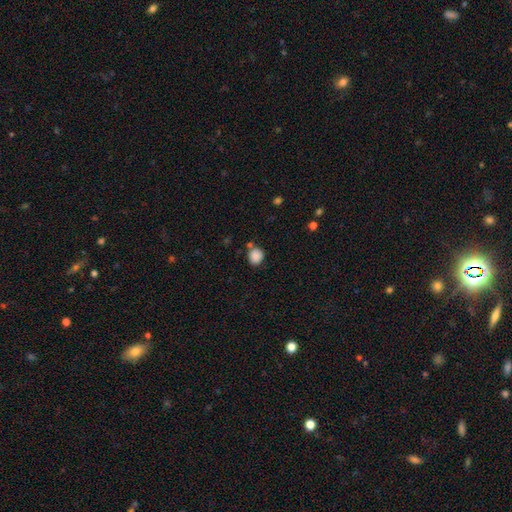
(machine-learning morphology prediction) Q: Smooth or featured?
A: smooth (87%); runner-up: star or artifact (9%)
Q: How rounded?
A: round (77%); runner-up: in between (22%)
Q: Merging?
A: none (70%); runner-up: minor disturbance (14%)